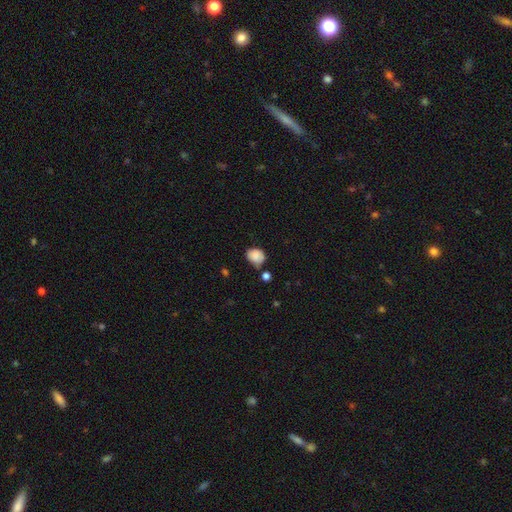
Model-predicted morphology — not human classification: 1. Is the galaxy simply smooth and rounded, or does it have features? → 85% smooth, 9% star or artifact, 7% featured or disk.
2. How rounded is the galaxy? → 50% round, 49% in between, 1% cigar-shaped.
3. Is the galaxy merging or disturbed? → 57% none, 26% minor disturbance, 10% merger, 6% major disturbance.